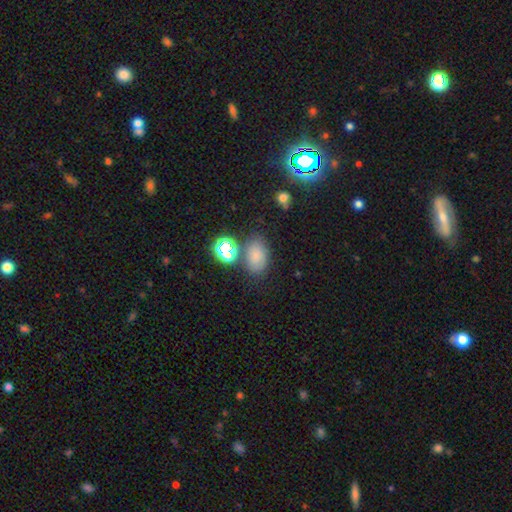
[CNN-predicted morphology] smooth-or-featured: smooth: 74% | star or artifact: 17% | featured or disk: 9%
  how-rounded: in between: 84% | round: 14% | cigar-shaped: 2%
  merging: none: 71% | minor disturbance: 14% | merger: 10% | major disturbance: 5%